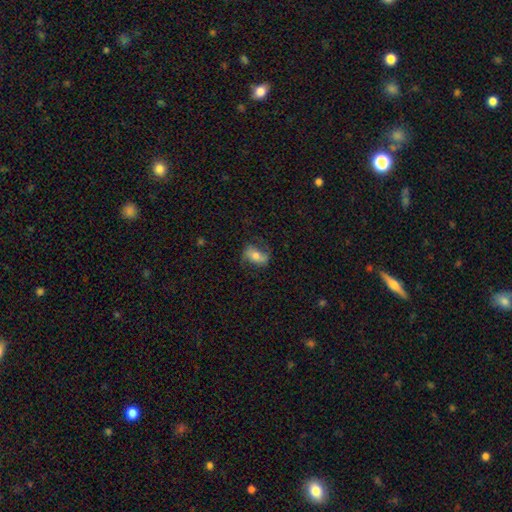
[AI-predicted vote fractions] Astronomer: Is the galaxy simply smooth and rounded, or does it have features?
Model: featured or disk — 49% (runner-up: smooth, 43%).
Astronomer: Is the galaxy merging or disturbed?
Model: none — 67%.